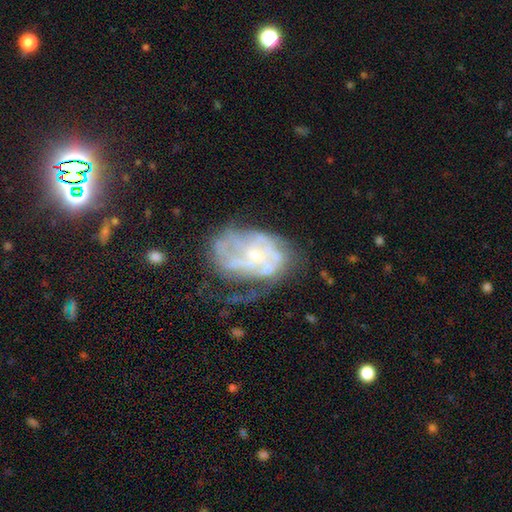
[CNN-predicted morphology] A featured or disk galaxy (75%) with no bar (71%), spiral arms (61%) and a small central bulge (55%).

Vote fractions:
- Smooth or featured? featured or disk: 75% / smooth: 16% / star or artifact: 8%
- Edge-on disk? no: 97% / yes: 3%
- Bar? no: 71% / weak: 25% / strong: 4%
- Spiral arms? yes: 61% / no: 39%
- Bulge size? small: 55% / moderate: 34% / none: 8% / large: 2% / dominant: 1%
- Merging? none: 37% / major disturbance: 33% / minor disturbance: 25% / merger: 5%